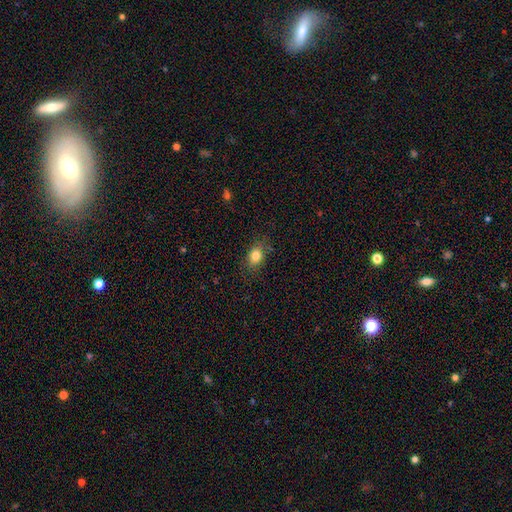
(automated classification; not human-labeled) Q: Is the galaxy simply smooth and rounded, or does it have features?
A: smooth — 82%.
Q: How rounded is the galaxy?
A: in between — 70%.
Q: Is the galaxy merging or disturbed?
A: none — 81%.